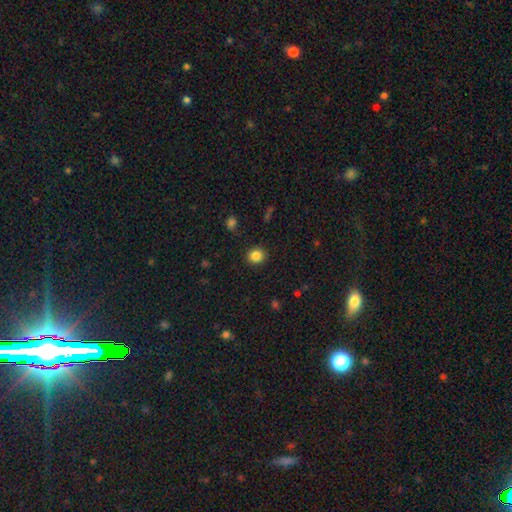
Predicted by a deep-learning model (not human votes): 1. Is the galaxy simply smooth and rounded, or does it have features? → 85% smooth, 11% star or artifact, 4% featured or disk.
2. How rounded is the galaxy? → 82% round, 17% in between, 1% cigar-shaped.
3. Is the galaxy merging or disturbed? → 90% none, 7% minor disturbance, 2% major disturbance, 1% merger.